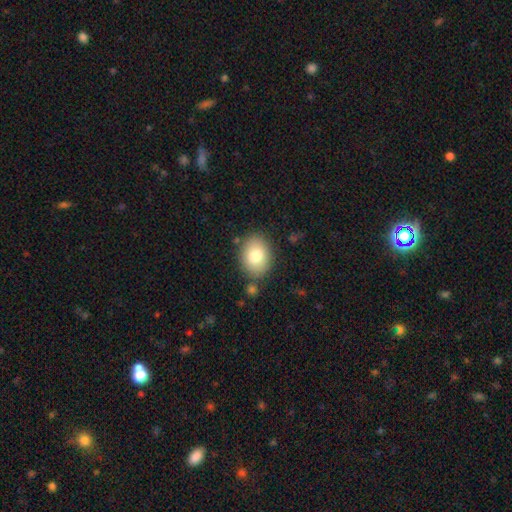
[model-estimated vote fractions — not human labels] Overall: smooth (78%). How rounded: in between (57%; round 43%). Merging: none (81%).